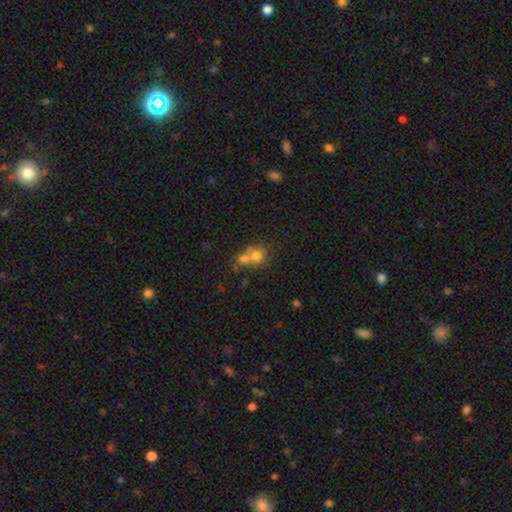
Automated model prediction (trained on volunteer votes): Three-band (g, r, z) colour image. It shows a smooth galaxy with no disk features (71%) that is round (78%). Merging: merger (57%).